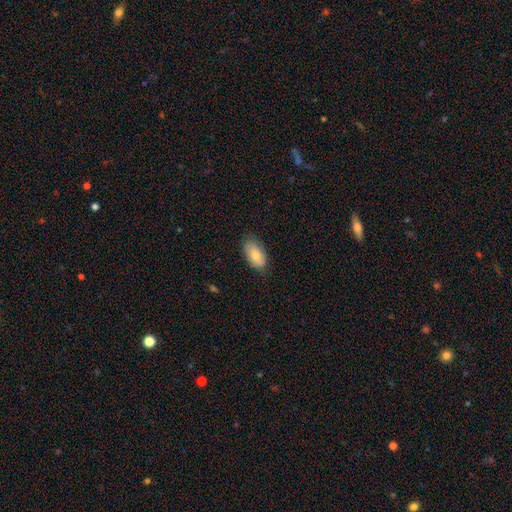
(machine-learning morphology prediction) smooth-or-featured: smooth: 79% | featured or disk: 14% | star or artifact: 6%
  how-rounded: in between: 94% | round: 3% | cigar-shaped: 3%
  merging: none: 78% | minor disturbance: 18% | major disturbance: 3% | merger: 1%